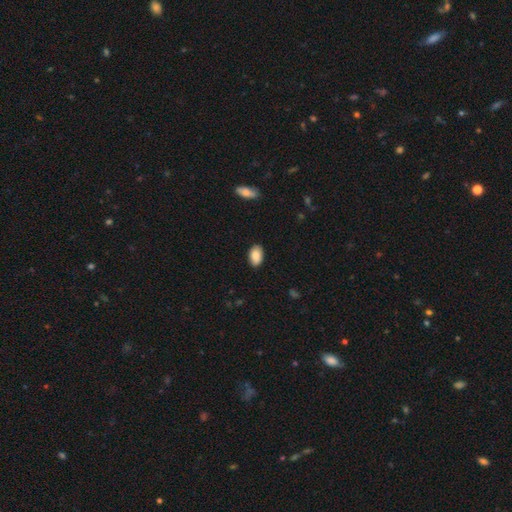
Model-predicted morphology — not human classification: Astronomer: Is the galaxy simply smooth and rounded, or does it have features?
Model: smooth — 86%.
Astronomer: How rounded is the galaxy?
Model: in between — 92%.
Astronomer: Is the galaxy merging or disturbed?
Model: none — 87%.